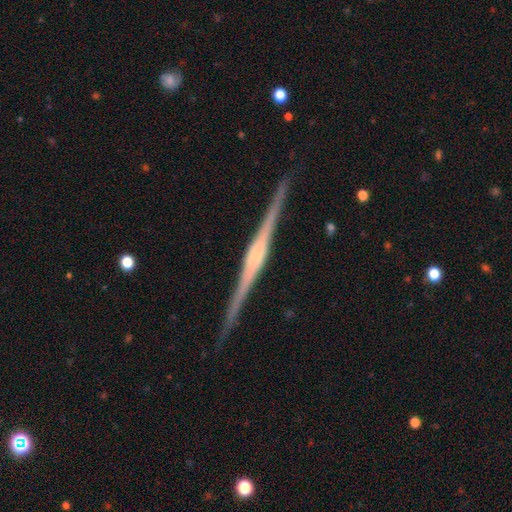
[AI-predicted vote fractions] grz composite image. It shows a featured or disk galaxy (88%) viewed edge-on (99%) with a boxy central bulge (49%). Merging: none (91%).